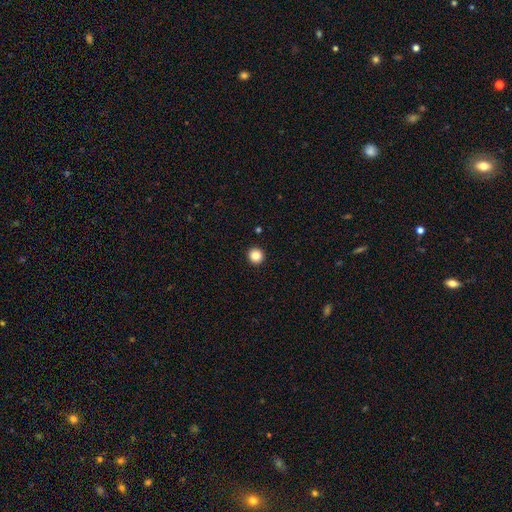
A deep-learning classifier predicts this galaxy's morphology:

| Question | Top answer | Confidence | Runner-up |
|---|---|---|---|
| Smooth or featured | smooth | 85% | star or artifact (11%) |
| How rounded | round | 95% | in between (4%) |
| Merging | none | 94% | minor disturbance (4%) |